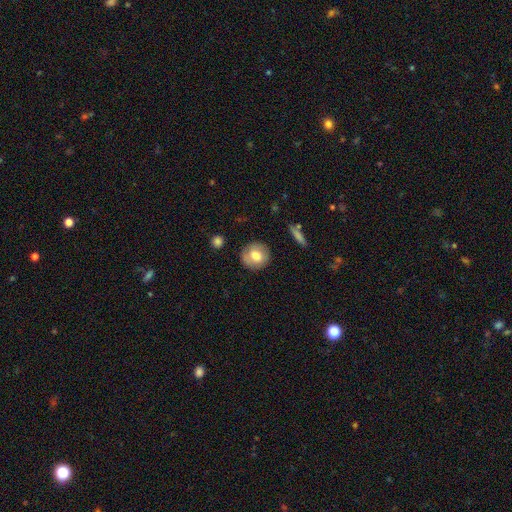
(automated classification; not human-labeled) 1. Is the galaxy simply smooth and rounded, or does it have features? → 70% smooth, 22% featured or disk, 8% star or artifact.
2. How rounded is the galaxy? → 88% round, 11% in between, 1% cigar-shaped.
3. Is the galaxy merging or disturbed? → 84% none, 12% minor disturbance, 3% major disturbance, 2% merger.